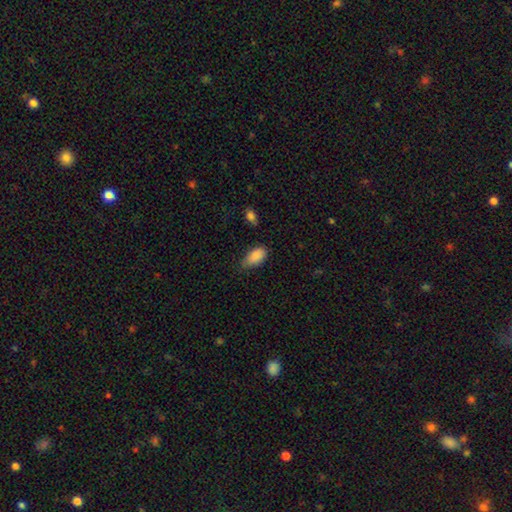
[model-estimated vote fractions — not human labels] smooth-or-featured: smooth: 87% | star or artifact: 7% | featured or disk: 5%
  how-rounded: in between: 93% | round: 4% | cigar-shaped: 3%
  merging: none: 58% | minor disturbance: 34% | major disturbance: 6% | merger: 2%